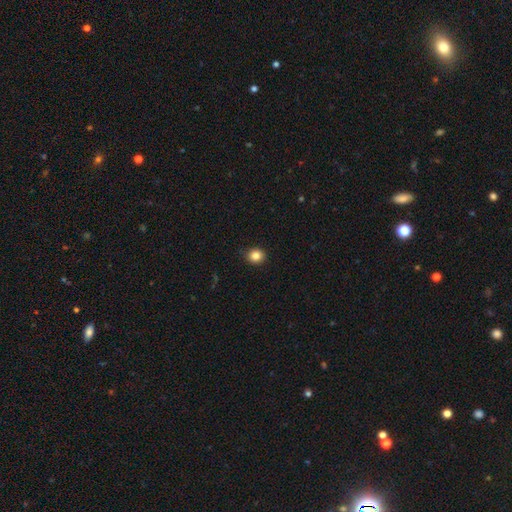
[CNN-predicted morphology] This is clearly a smooth galaxy (85%). How rounded: clearly round (83%). Merging: clearly none (91%).